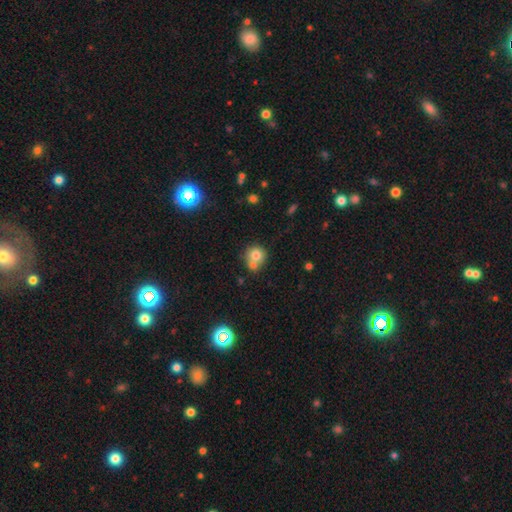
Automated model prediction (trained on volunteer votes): A smooth galaxy with no disk features (74%) that is round (86%). Merging: merger (44%).